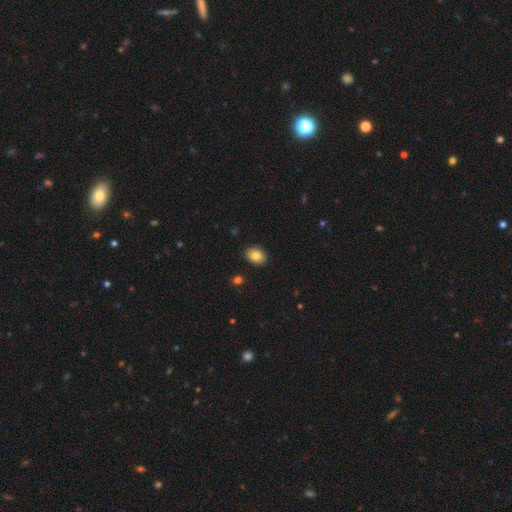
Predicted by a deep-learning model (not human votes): smooth-or-featured: smooth: 84% | star or artifact: 8% | featured or disk: 8%
  how-rounded: in between: 71% | round: 28% | cigar-shaped: 1%
  merging: none: 90% | minor disturbance: 7% | major disturbance: 2% | merger: 1%